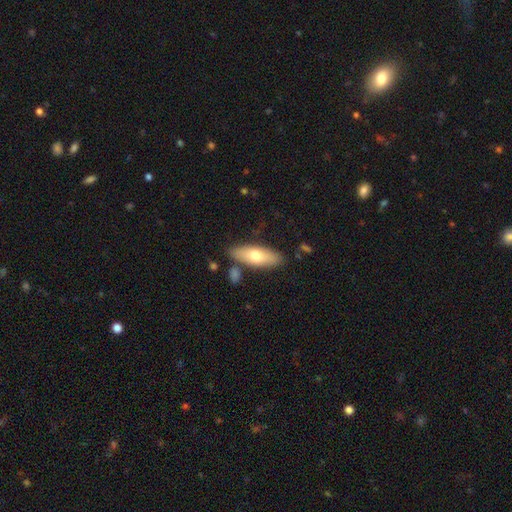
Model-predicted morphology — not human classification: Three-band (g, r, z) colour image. It shows a smooth galaxy with no disk features (65%) that is in between round and cigar-shaped (63%). Merging: none (81%).